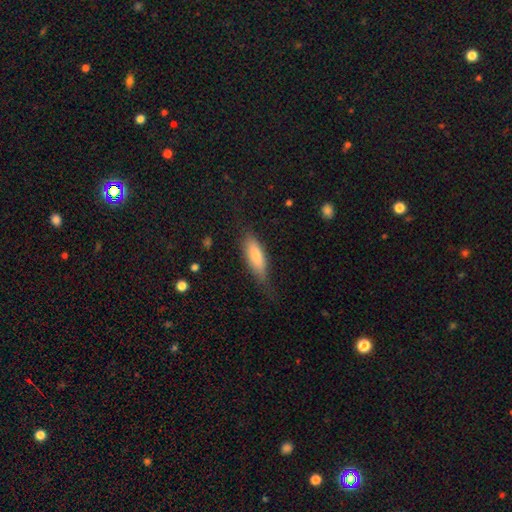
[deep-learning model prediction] Smooth or featured? Predicted: smooth (p=0.68). How rounded? Predicted: in between (p=0.50). Merging? Predicted: none (p=0.67).